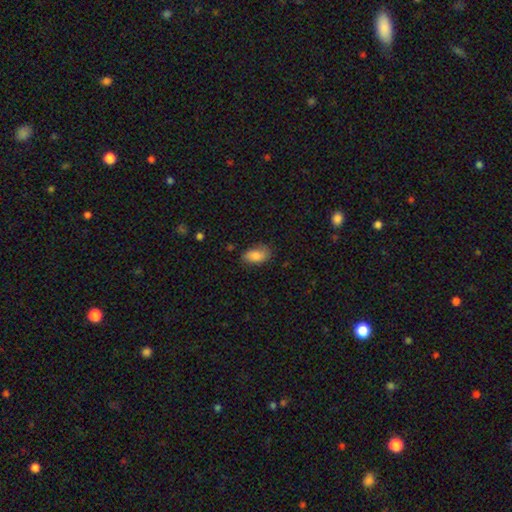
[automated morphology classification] smooth-or-featured: smooth: 83% | featured or disk: 10% | star or artifact: 8%
  how-rounded: in between: 91% | round: 5% | cigar-shaped: 3%
  merging: none: 70% | minor disturbance: 24% | major disturbance: 5% | merger: 2%